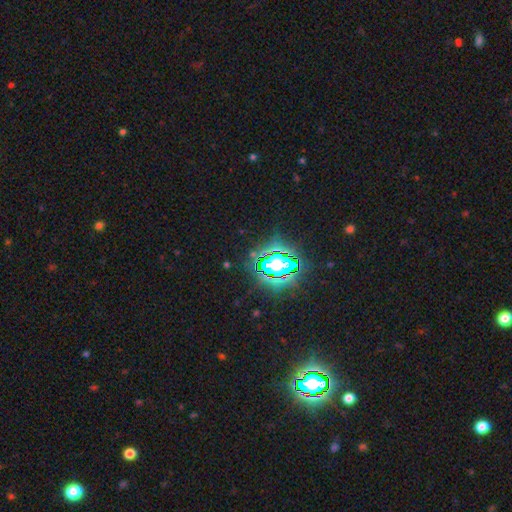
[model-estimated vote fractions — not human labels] Morphology: type=star or artifact (78%).